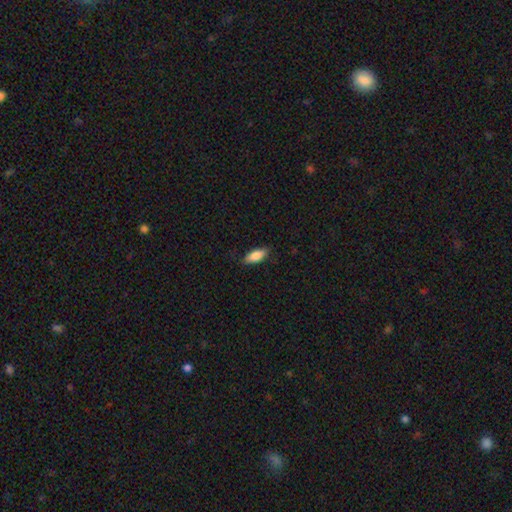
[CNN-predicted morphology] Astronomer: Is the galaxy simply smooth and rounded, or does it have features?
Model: smooth — 83%.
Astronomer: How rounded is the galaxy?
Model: in between — 73%.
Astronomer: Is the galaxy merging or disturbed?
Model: none — 83%.